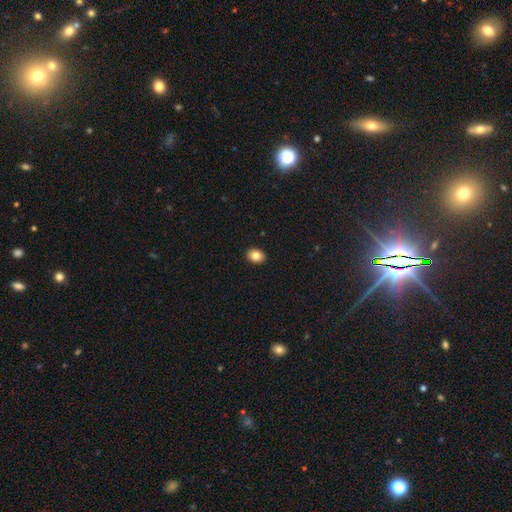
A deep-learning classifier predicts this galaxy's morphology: smooth 83%, star or artifact 9%, featured or disk 8%. Down the decision tree: how rounded — in between (70%); merging — none (92%).